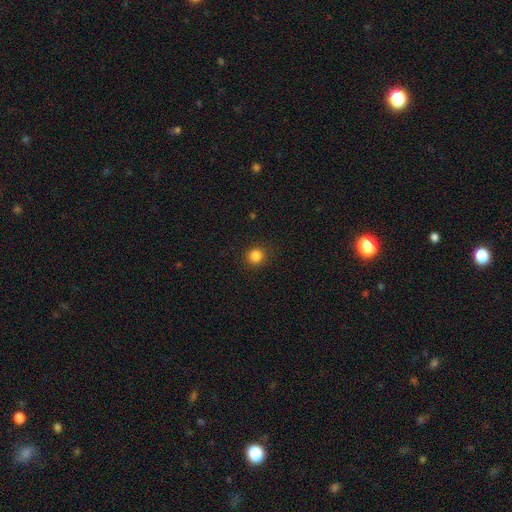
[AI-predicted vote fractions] smooth_or_featured: smooth (p=0.84) [alt: star or artifact p=0.12]
how_rounded: round (p=0.92) [alt: in between p=0.07]
merging: none (p=0.90) [alt: minor disturbance p=0.07]